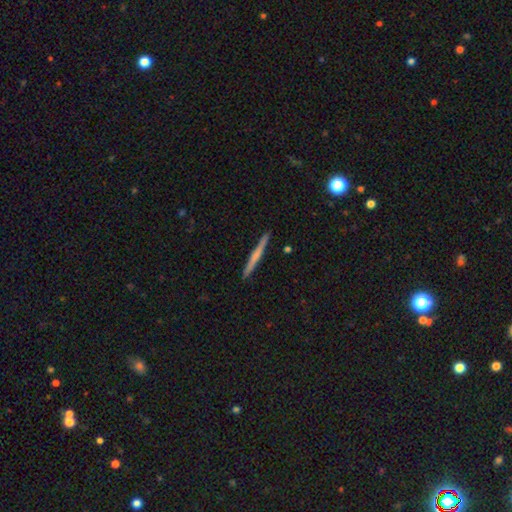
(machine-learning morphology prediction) Smooth or featured? Predicted: smooth (p=0.49). Merging? Predicted: none (p=0.92).